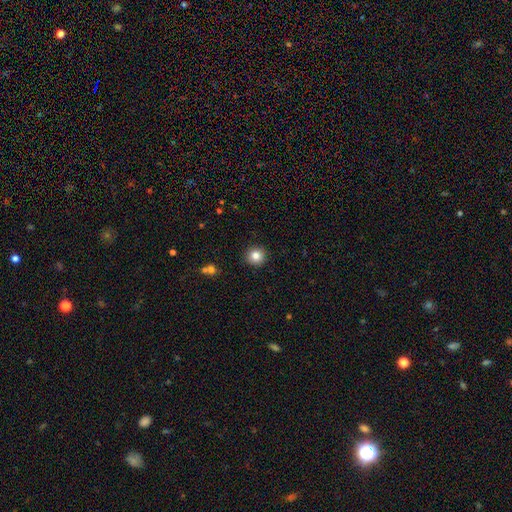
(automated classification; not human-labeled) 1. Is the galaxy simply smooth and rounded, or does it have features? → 84% smooth, 10% star or artifact, 6% featured or disk.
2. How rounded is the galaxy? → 93% round, 6% in between, 1% cigar-shaped.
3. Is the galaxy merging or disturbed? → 92% none, 5% minor disturbance, 2% major disturbance, 1% merger.